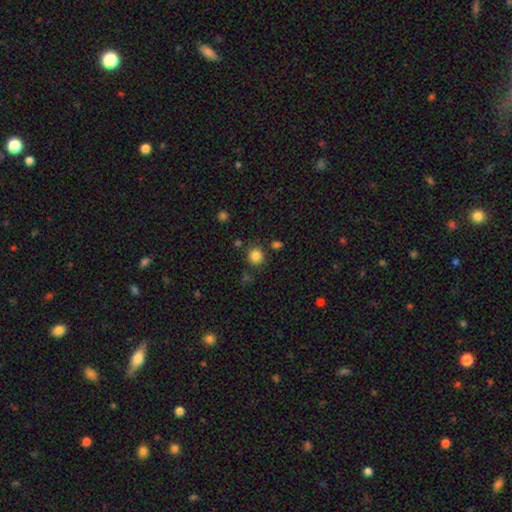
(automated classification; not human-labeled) Morphology: type=smooth (84%); roundness=round (89%); merging=none (82%).